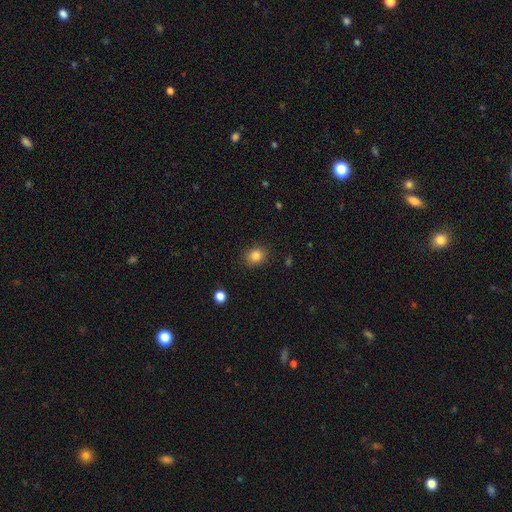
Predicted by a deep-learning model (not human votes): smooth-or-featured: smooth: 84% | star or artifact: 11% | featured or disk: 5%
  how-rounded: round: 68% | in between: 31% | cigar-shaped: 1%
  merging: none: 87% | minor disturbance: 9% | major disturbance: 3% | merger: 1%